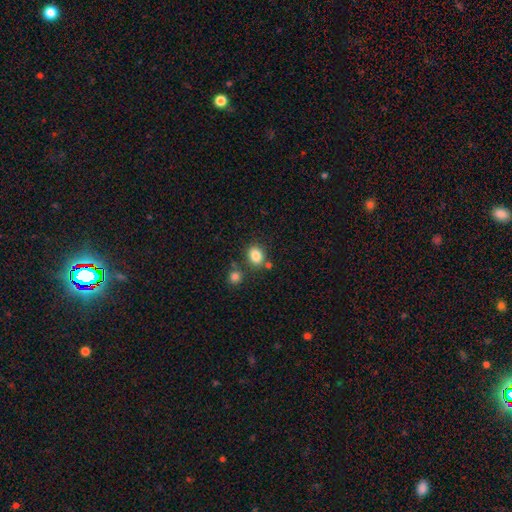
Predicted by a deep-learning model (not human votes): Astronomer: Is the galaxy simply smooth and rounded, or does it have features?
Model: smooth — 84%.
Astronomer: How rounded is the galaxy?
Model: in between — 54% (runner-up: round, 45%).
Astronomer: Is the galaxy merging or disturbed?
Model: none — 72%.